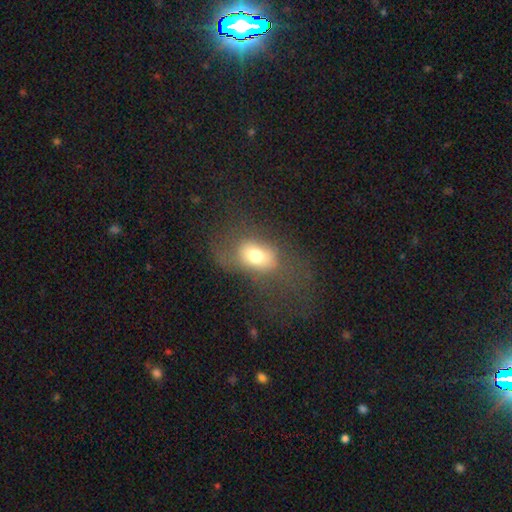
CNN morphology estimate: Overall: smooth (68%). How rounded: in between (75%). Merging: none (45%; major disturbance 32%).